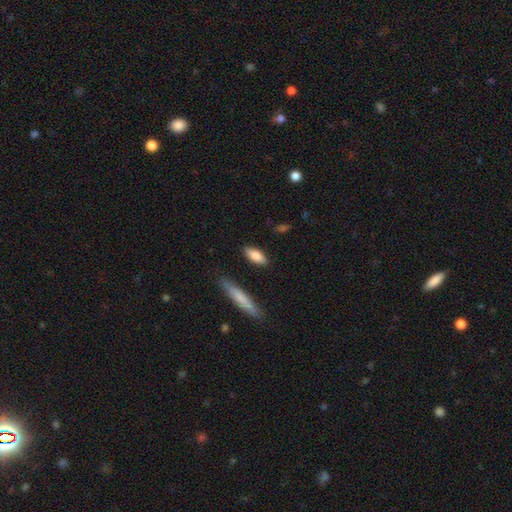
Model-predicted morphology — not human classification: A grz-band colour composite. It shows a smooth galaxy with no disk features (82%) that is in between round and cigar-shaped (72%). Merging: none (85%).